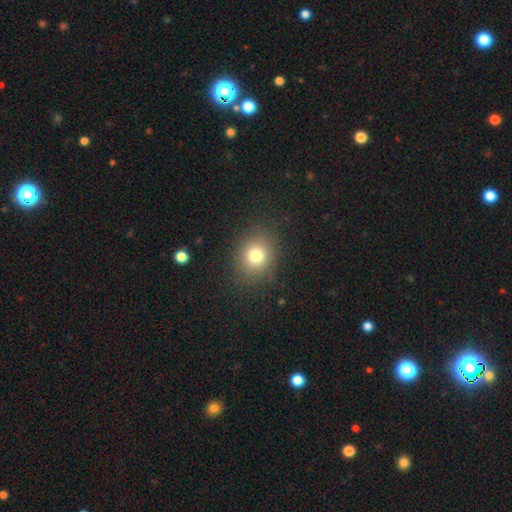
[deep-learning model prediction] This appears to be a smooth galaxy with no disk features (77%) that is round (71%). Merging: none (87%).